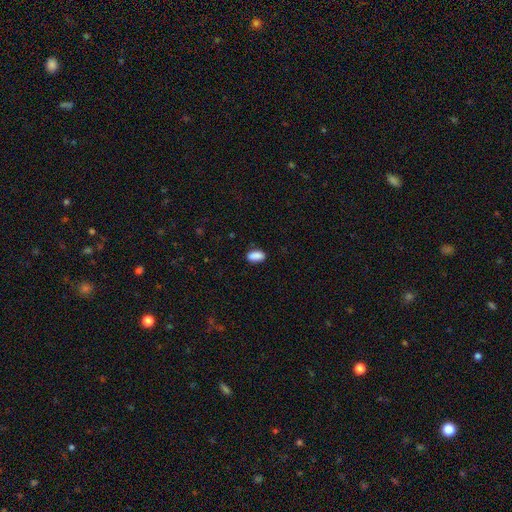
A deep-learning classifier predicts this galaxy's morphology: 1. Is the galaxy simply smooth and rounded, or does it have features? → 89% smooth, 8% star or artifact, 3% featured or disk.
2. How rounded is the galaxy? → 91% in between, 4% round, 4% cigar-shaped.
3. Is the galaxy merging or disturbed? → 84% none, 12% minor disturbance, 2% major disturbance, 1% merger.